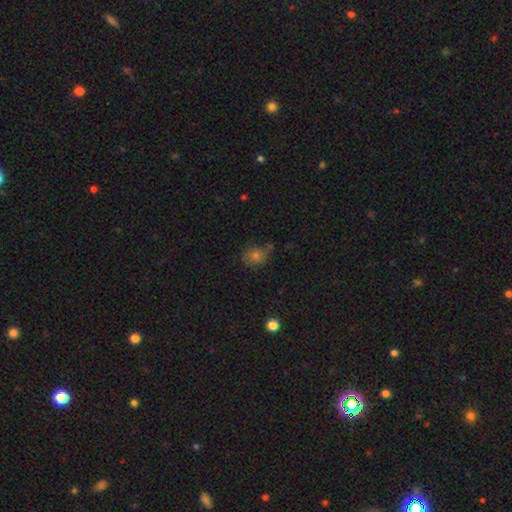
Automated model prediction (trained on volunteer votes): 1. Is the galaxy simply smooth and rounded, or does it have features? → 66% smooth, 21% star or artifact, 13% featured or disk.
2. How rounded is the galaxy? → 68% round, 31% in between, 1% cigar-shaped.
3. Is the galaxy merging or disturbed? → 65% none, 22% minor disturbance, 7% merger, 6% major disturbance.